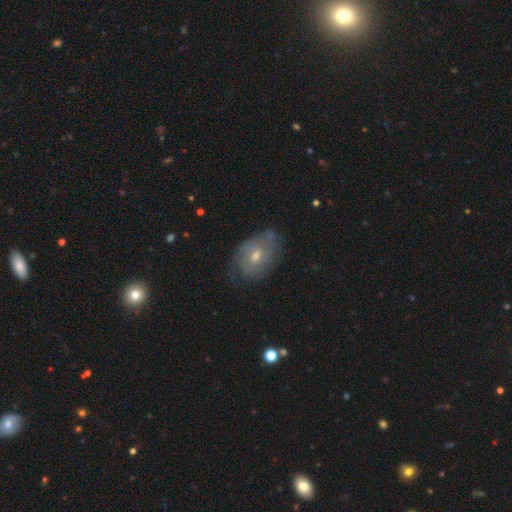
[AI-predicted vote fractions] This appears to be a featured or disk galaxy (60%) with no bar (63%), spiral arms (76%) and a moderate central bulge (50%). Merging: none (67%).